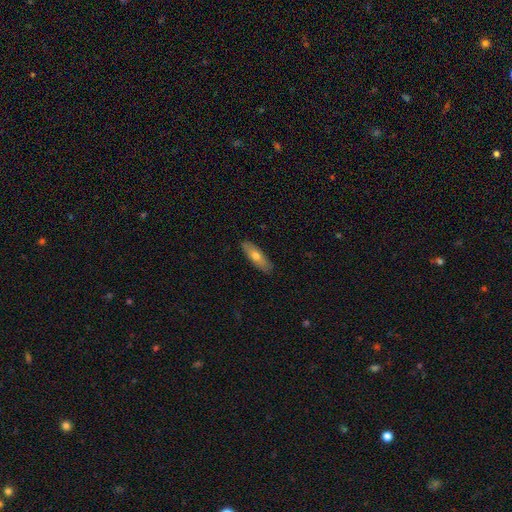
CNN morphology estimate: The model was most divided on "how rounded": in between: 56%, cigar-shaped: 42%, round: 3%. More confident: merging — none (87%); smooth or featured — smooth (64%).